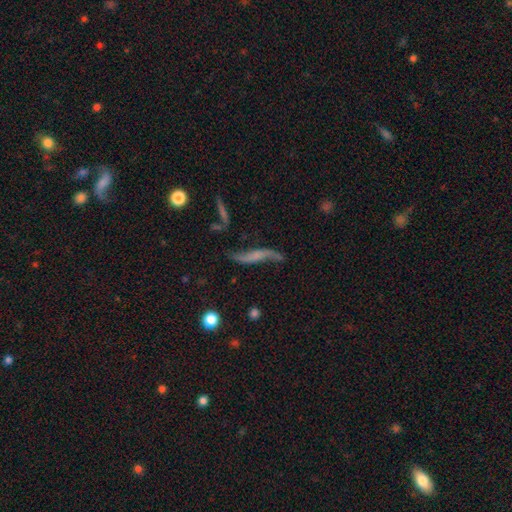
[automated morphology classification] Overall: featured or disk (71%). Edge-on disk: no (70%). Merging: none (59%; minor disturbance 21%).